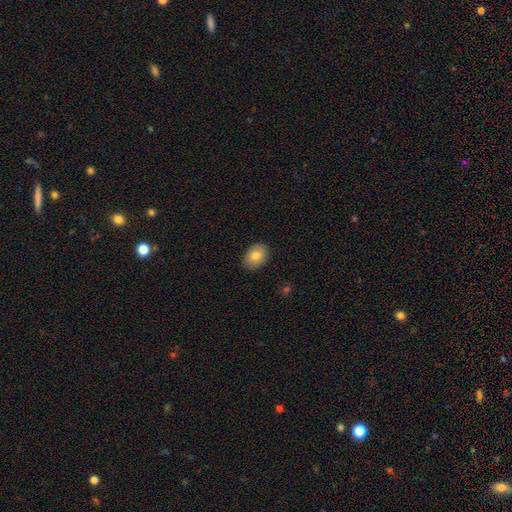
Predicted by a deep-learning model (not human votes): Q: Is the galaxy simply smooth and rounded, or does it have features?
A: smooth — 81%.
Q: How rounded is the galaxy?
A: in between — 75%.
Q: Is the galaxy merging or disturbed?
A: none — 89%.